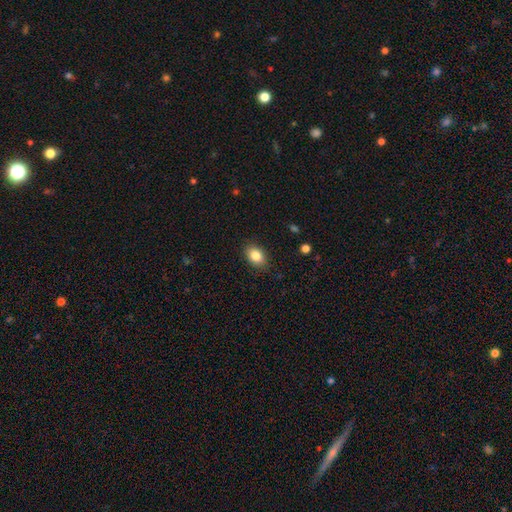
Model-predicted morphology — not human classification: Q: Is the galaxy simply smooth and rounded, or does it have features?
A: smooth — 85%.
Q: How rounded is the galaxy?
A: in between — 77%.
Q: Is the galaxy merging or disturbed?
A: none — 86%.